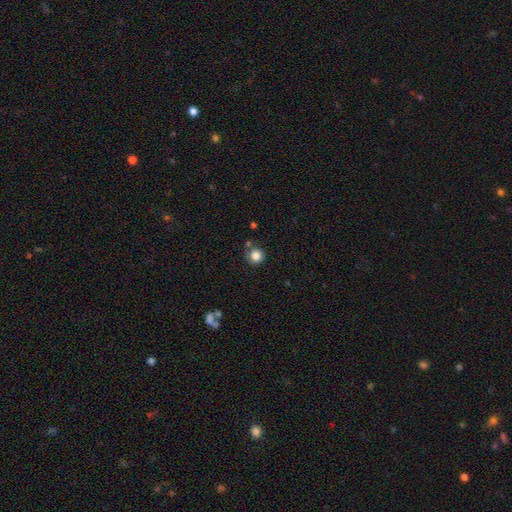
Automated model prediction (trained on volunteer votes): smooth_or_featured: smooth (p=0.83) [alt: star or artifact p=0.11]
how_rounded: round (p=0.93) [alt: in between p=0.06]
merging: none (p=0.76) [alt: minor disturbance p=0.12]